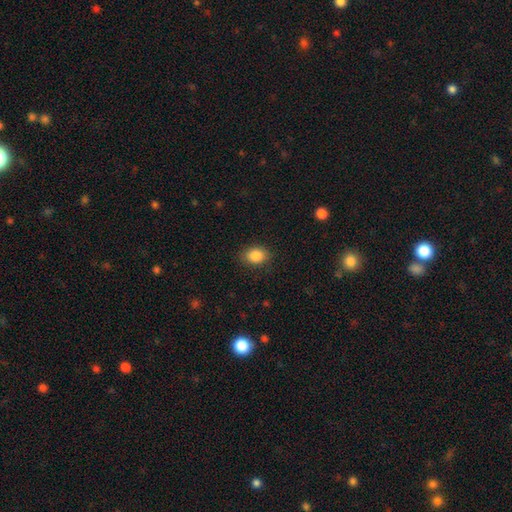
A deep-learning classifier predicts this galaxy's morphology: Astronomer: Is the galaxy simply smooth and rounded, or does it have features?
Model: smooth — 87%.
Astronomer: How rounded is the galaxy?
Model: in between — 66%.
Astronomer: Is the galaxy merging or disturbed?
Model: none — 85%.